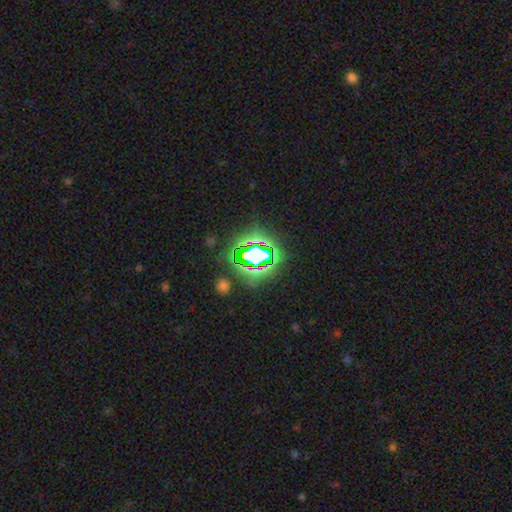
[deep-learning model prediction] Smooth or featured?
  - star or artifact: 68% *
  - smooth: 20%
  - featured or disk: 12%